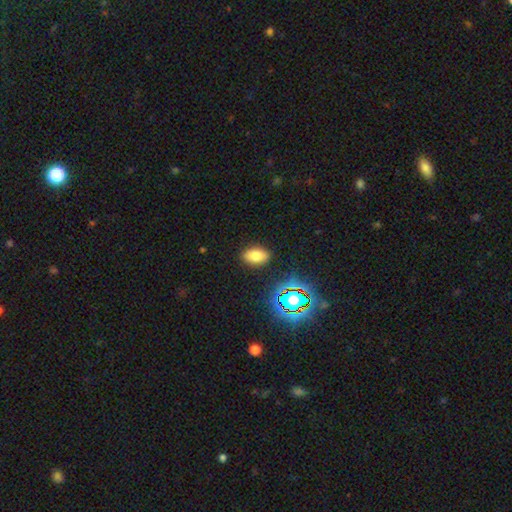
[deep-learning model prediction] Smooth or featured?
  - smooth: 76% *
  - star or artifact: 16%
  - featured or disk: 8%
How rounded?
  - in between: 90% *
  - round: 8%
  - cigar-shaped: 2%
Merging?
  - none: 88% *
  - minor disturbance: 8%
  - major disturbance: 2%
  - merger: 1%